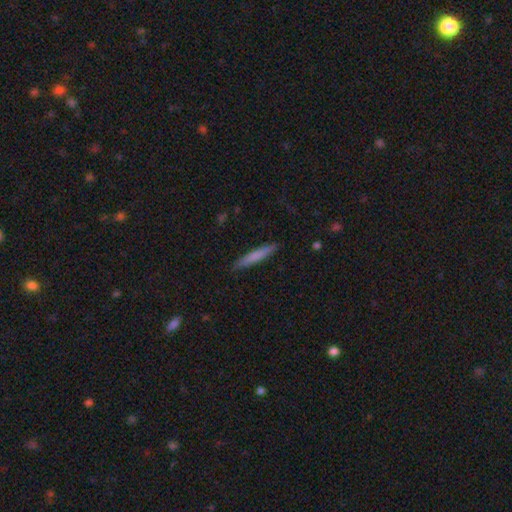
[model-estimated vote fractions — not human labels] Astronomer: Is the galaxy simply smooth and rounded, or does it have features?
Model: smooth — 73%.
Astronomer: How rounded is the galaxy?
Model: cigar-shaped — 94%.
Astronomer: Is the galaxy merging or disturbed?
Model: none — 89%.